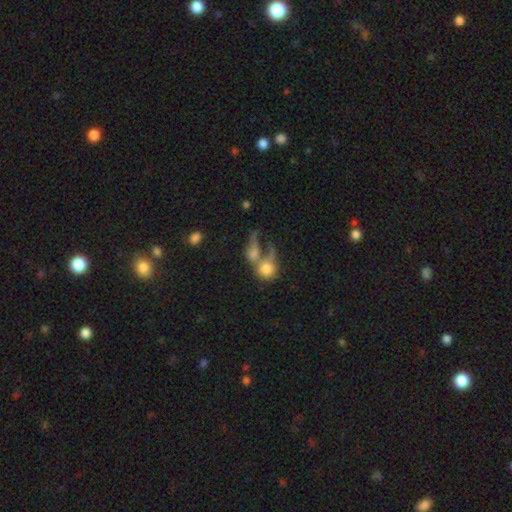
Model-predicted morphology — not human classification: A smooth galaxy with no disk features (60%) that is round (66%).

Vote fractions:
- Smooth or featured? smooth: 60% / featured or disk: 25% / star or artifact: 15%
- How rounded? round: 66% / in between: 31% / cigar-shaped: 3%
- Merging? merger: 55% / none: 23% / major disturbance: 14% / minor disturbance: 9%